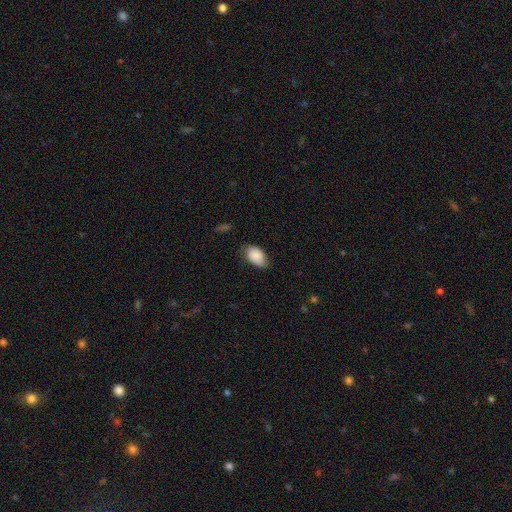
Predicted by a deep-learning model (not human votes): smooth-or-featured: smooth: 88% | star or artifact: 7% | featured or disk: 6%
  how-rounded: in between: 91% | round: 7% | cigar-shaped: 1%
  merging: none: 68% | minor disturbance: 25% | major disturbance: 5% | merger: 1%